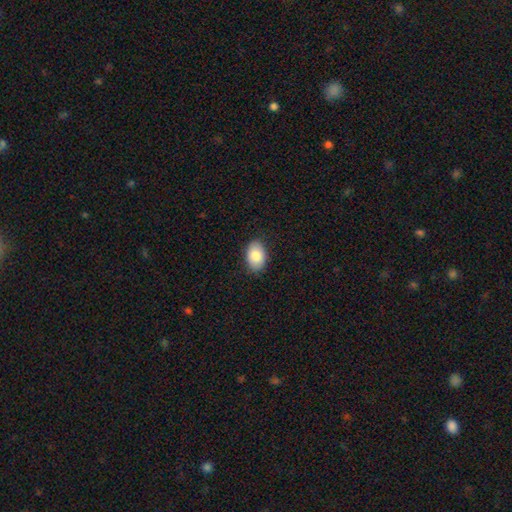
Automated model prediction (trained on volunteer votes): Overall: smooth (85%). How rounded: in between (87%). Merging: none (86%).